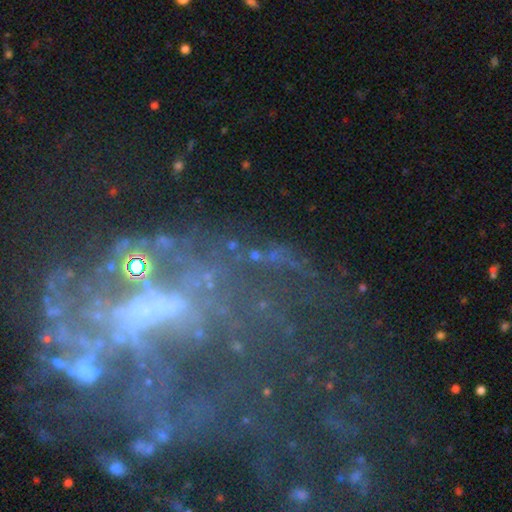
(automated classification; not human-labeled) A star or artifact, not a galaxy (42%).

Vote fractions:
- Smooth or featured? star or artifact: 42% / featured or disk: 40% / smooth: 18%